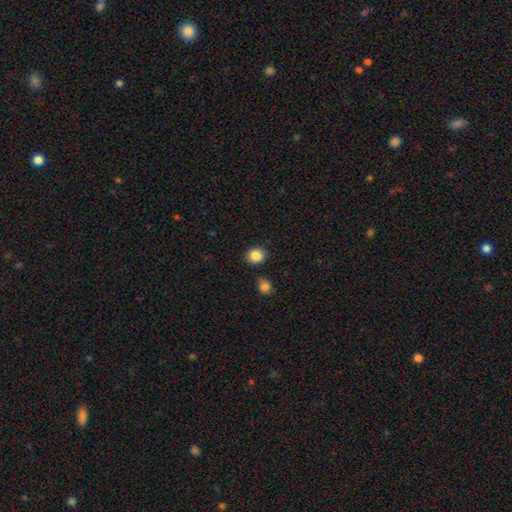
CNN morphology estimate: Smooth or featured?
  - smooth: 86% *
  - star or artifact: 10%
  - featured or disk: 4%
How rounded?
  - round: 78% *
  - in between: 21%
  - cigar-shaped: 1%
Merging?
  - none: 85% *
  - minor disturbance: 9%
  - merger: 4%
  - major disturbance: 2%